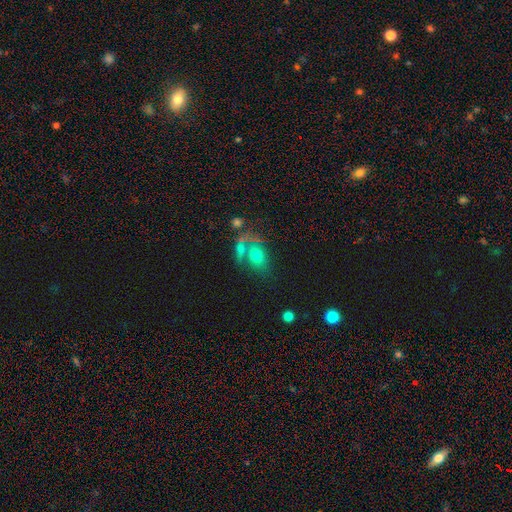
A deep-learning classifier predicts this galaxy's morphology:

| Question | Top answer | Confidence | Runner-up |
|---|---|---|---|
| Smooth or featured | smooth | 64% | featured or disk (22%) |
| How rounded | in between | 66% | round (31%) |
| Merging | none | 40% | merger (30%) |